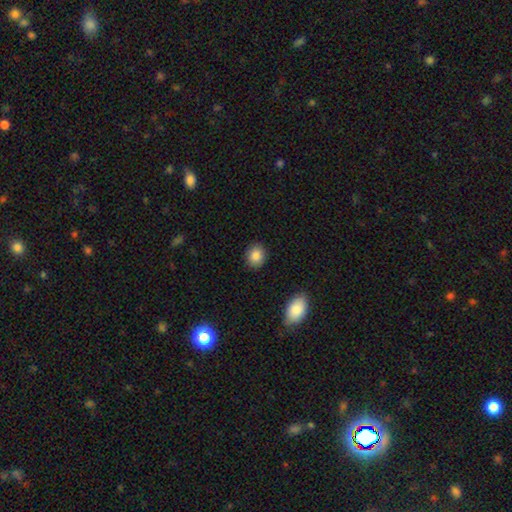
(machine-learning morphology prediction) smooth_or_featured: smooth (p=0.86) [alt: star or artifact p=0.08]
how_rounded: round (p=0.61) [alt: in between p=0.38]
merging: none (p=0.89) [alt: minor disturbance p=0.08]